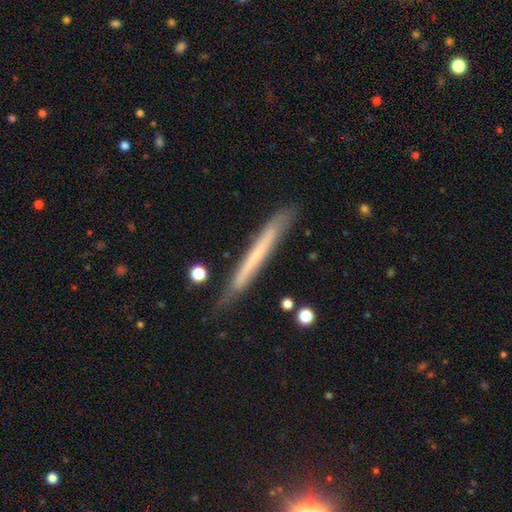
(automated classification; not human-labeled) This is possibly a smooth galaxy (50%). How rounded: clearly cigar-shaped (97%). Merging: likely none (79%).